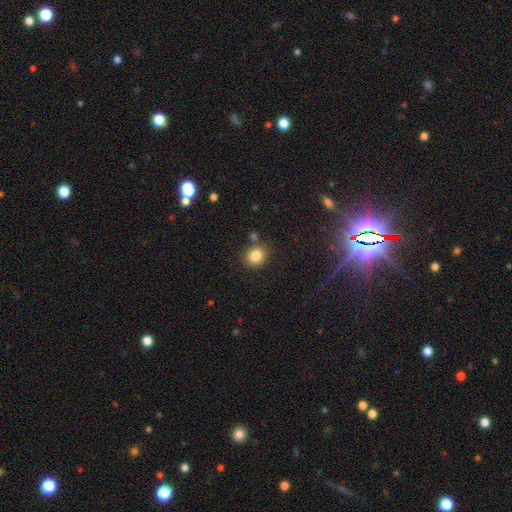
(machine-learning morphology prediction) smooth-or-featured: smooth: 84% | star or artifact: 10% | featured or disk: 6%
  how-rounded: round: 69% | in between: 30% | cigar-shaped: 1%
  merging: none: 78% | minor disturbance: 11% | merger: 8% | major disturbance: 3%